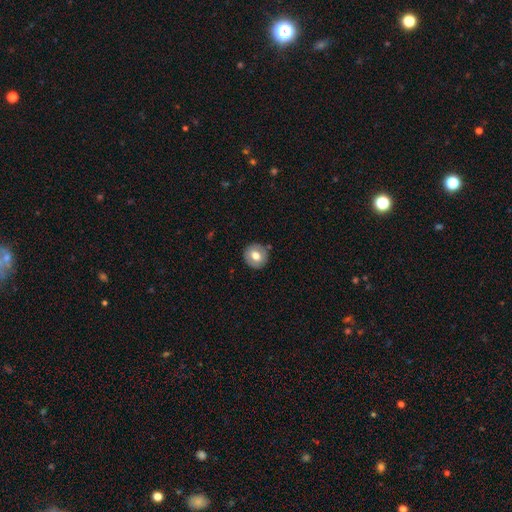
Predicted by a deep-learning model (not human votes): This is likely a smooth galaxy (70%). How rounded: clearly round (90%). Merging: clearly none (87%).